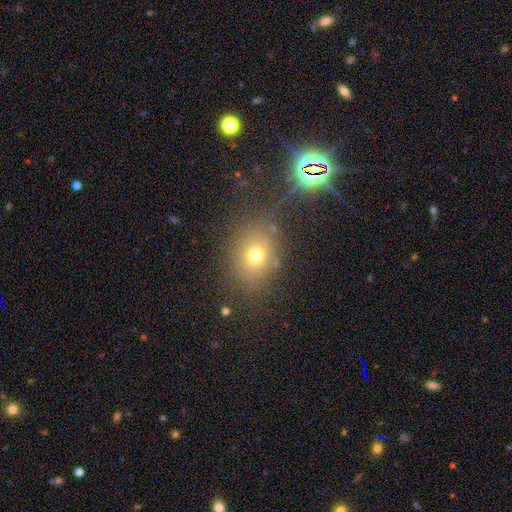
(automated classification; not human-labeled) smooth-or-featured: smooth: 66% | star or artifact: 21% | featured or disk: 13%
  how-rounded: round: 49% (tied) | in between: 49% (tied) | cigar-shaped: 2%
  merging: none: 75% | minor disturbance: 12% | major disturbance: 7% | merger: 6%